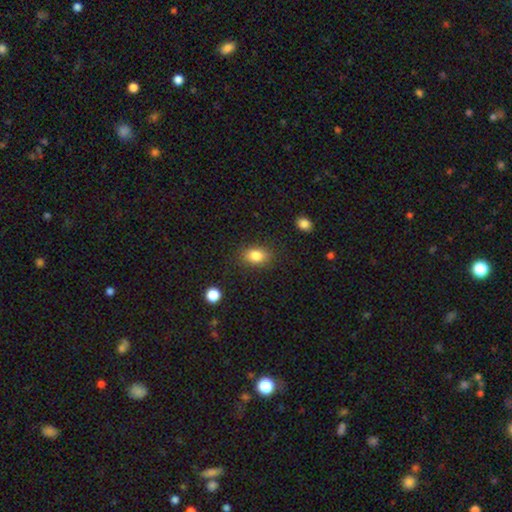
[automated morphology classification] smooth 84%, star or artifact 9%, featured or disk 7%. Down the decision tree: how rounded — in between (78%); merging — none (83%).